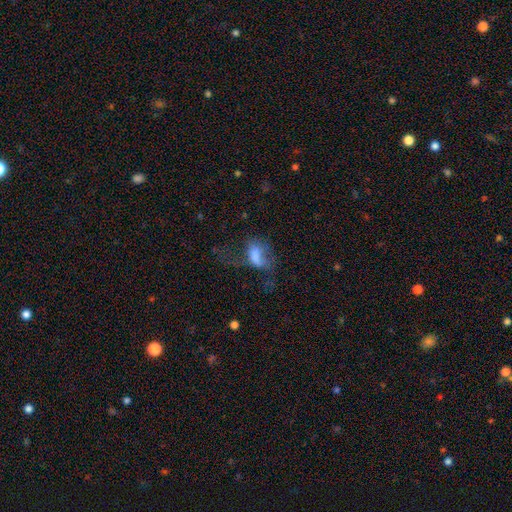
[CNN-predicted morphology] This is possibly a smooth galaxy (60%). How rounded: clearly in between (87%). Merging: possibly major disturbance (56%).